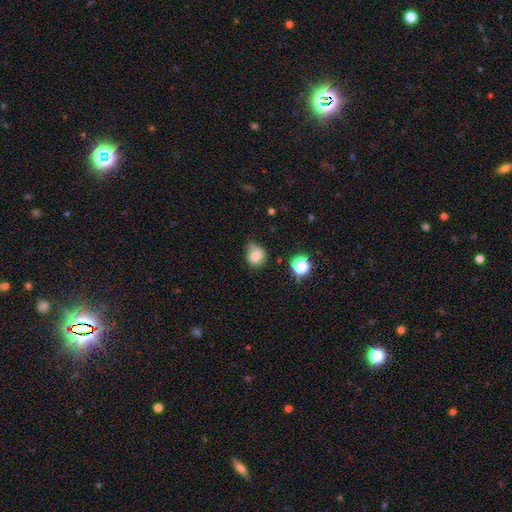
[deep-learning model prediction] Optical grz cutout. It shows a smooth galaxy with no disk features (77%) that is round (65%). Merging: none (48%).